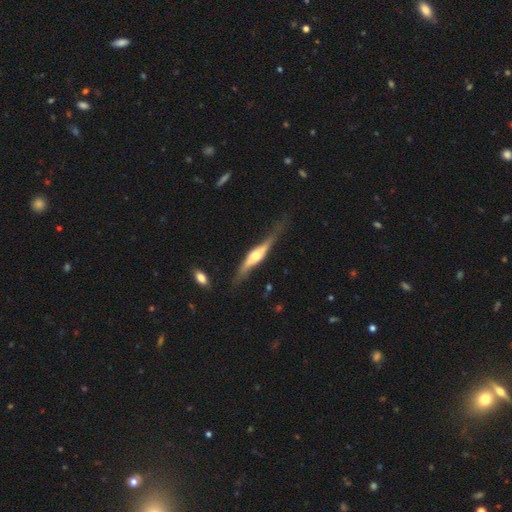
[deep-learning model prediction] Smooth or featured?
  - featured or disk: 68% *
  - smooth: 27%
  - star or artifact: 5%
Edge-on disk?
  - yes: 90% *
  - no: 10%
Edge-on bulge?
  - rounded: 86% *
  - boxy: 10%
  - none: 4%
Merging?
  - none: 60% *
  - minor disturbance: 26%
  - major disturbance: 11%
  - merger: 3%